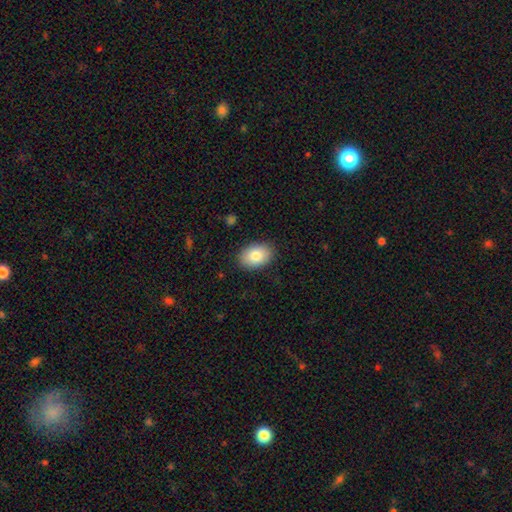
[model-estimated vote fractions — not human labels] This appears to be a smooth galaxy with no disk features (82%) that is in between round and cigar-shaped (86%). Merging: none (88%).